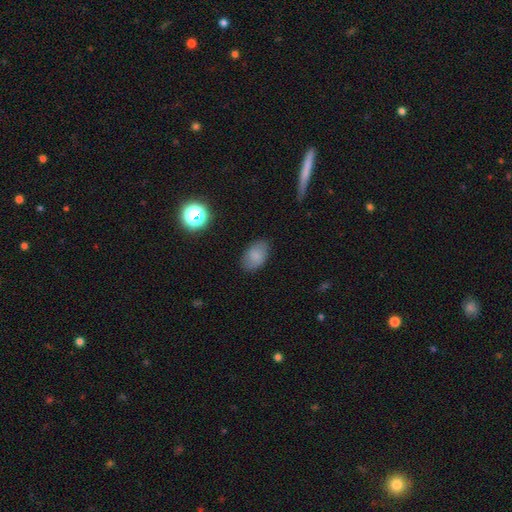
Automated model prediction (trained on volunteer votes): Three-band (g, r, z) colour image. It shows a smooth galaxy with no disk features (81%) that is in between round and cigar-shaped (90%). Merging: none (83%).